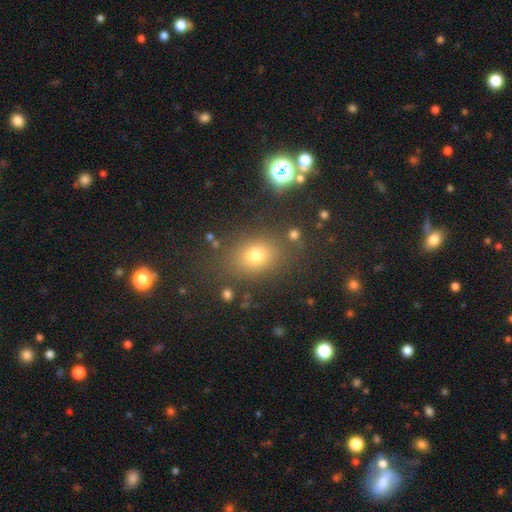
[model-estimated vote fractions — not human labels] Smooth or featured: smooth — 70% (star or artifact — 20%)
How rounded: in between — 56% (round — 42%)
Merging: none — 81% (minor disturbance — 10%)